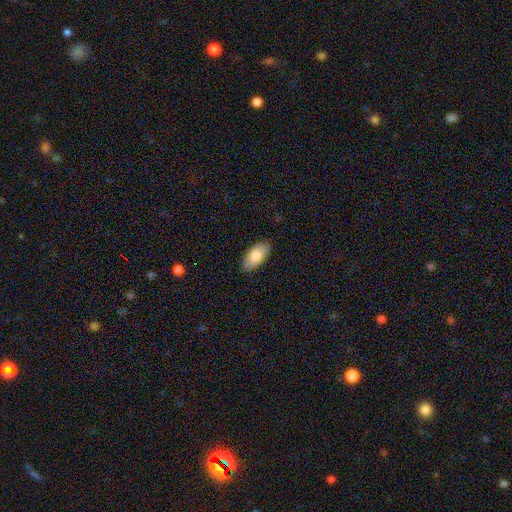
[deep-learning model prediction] smooth_or_featured: smooth (p=0.82) [alt: featured or disk p=0.12]
how_rounded: in between (p=0.93) [alt: cigar-shaped p=0.05]
merging: none (p=0.87) [alt: minor disturbance p=0.10]